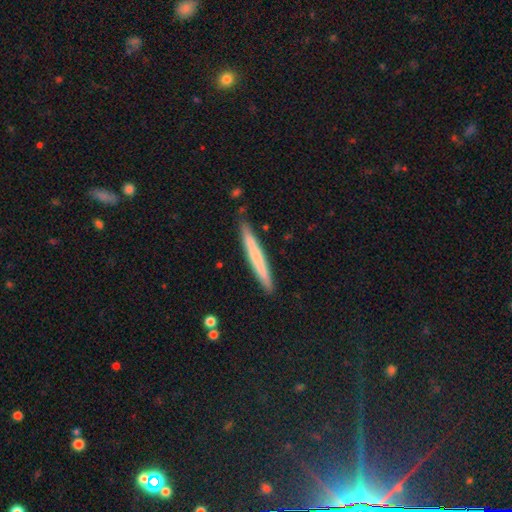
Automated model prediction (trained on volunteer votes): Overall: smooth (62%; featured or disk 32%). How rounded: cigar-shaped (97%). Merging: none (87%).